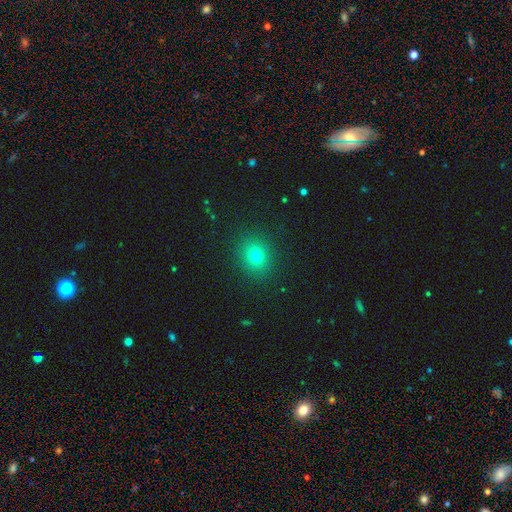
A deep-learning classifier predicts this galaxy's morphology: type=smooth (75%); roundness=round (66%); merging=none (89%).